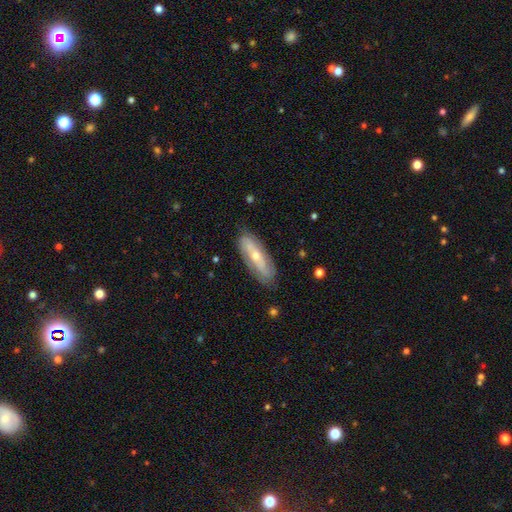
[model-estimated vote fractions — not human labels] Morphology: type=featured or disk (65%); edge-on=no (70%); merging=none (83%).